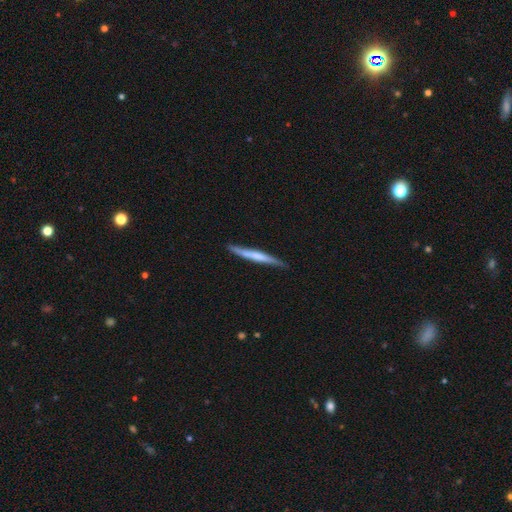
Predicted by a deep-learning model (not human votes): Smooth or featured: smooth — 48% (tied with featured or disk — 48%)
Merging: none — 84% (minor disturbance — 12%)